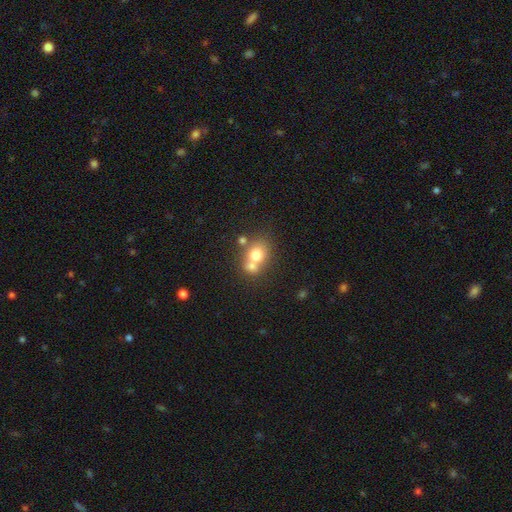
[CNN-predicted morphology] The model was most divided on "merging": merger: 51%, none: 37%, minor disturbance: 8%, major disturbance: 4%. More confident: smooth or featured — smooth (71%); how rounded — round (66%).